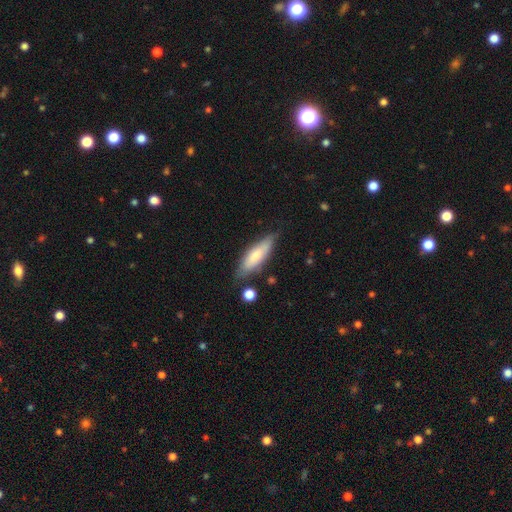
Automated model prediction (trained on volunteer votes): smooth 68%, featured or disk 26%, star or artifact 6%. Down the decision tree: how rounded — cigar-shaped (53%); merging — none (72%).